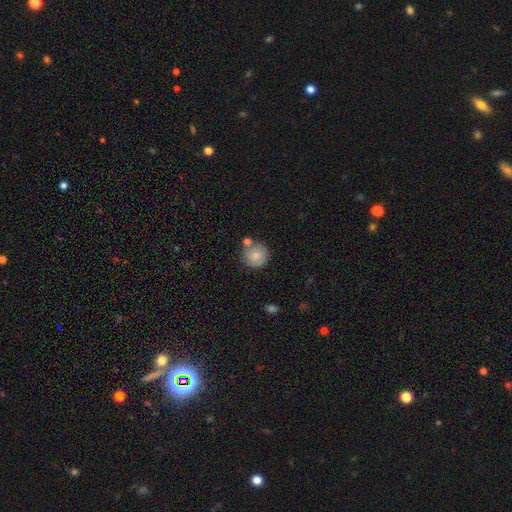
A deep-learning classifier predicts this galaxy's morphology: This appears to be a smooth galaxy with no disk features (78%) that is round (93%). Merging: none (65%).